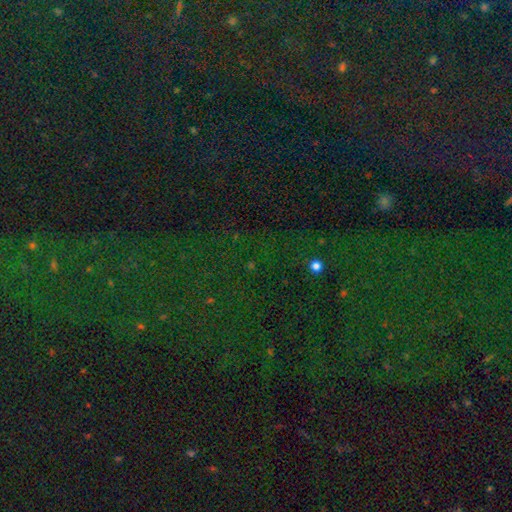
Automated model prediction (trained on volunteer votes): The model was most divided on "smooth or featured": star or artifact: 80%, smooth: 12%, featured or disk: 8%.